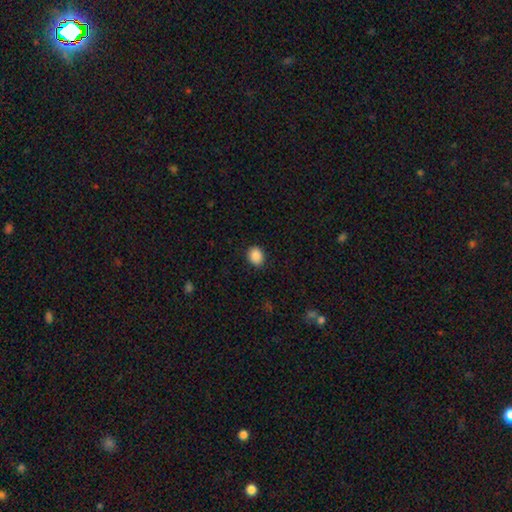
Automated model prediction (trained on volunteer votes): Smooth or featured: smooth — 88% (star or artifact — 8%)
How rounded: round — 54% (in between — 45%)
Merging: none — 89% (minor disturbance — 8%)